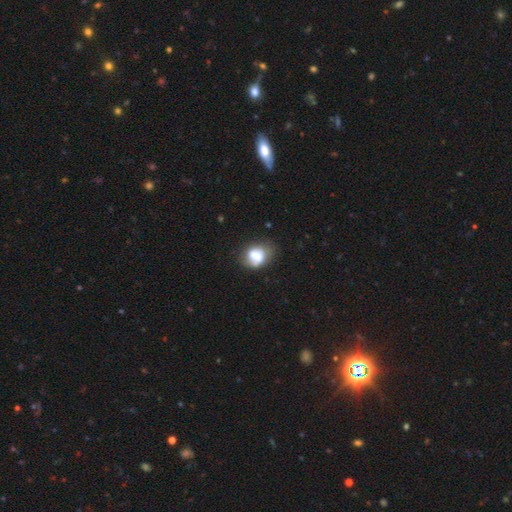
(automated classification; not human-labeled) The model was most divided on "how rounded": in between: 50%, round: 49%, cigar-shaped: 1%. More confident: smooth or featured — smooth (63%); merging — none (57%).